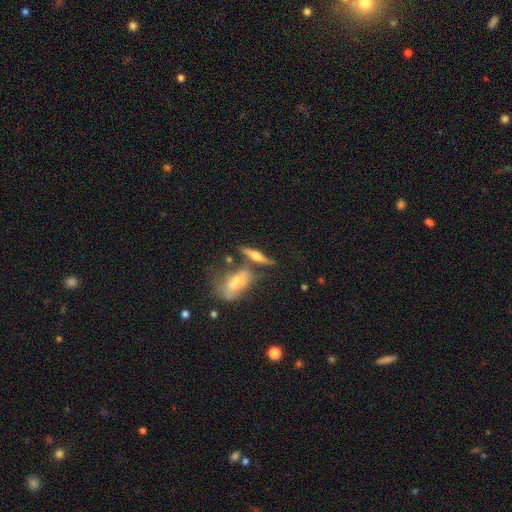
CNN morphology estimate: Smooth or featured: featured or disk — 60% (smooth — 31%)
Edge-on disk: yes — 90% (no — 10%)
Edge-on bulge: rounded — 90% (boxy — 6%)
Merging: none — 59% (merger — 21%)